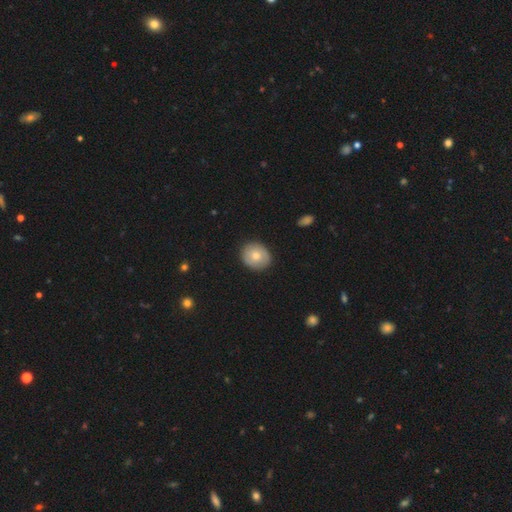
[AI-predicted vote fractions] smooth 71%, featured or disk 22%, star or artifact 7%. Down the decision tree: how rounded — round (77%); merging — none (87%).